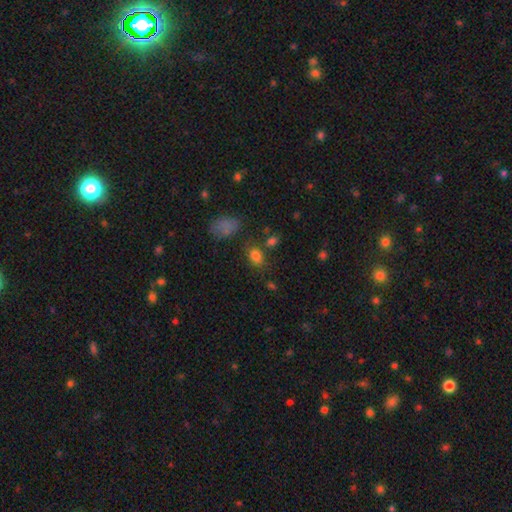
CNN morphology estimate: This appears to be a smooth galaxy with no disk features (80%) that is in between round and cigar-shaped (73%). Merging: none (72%).